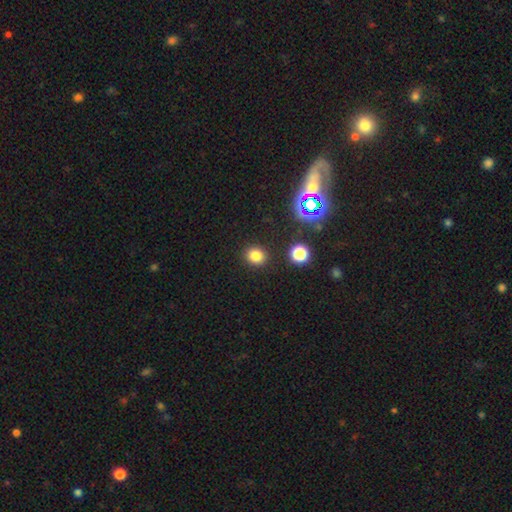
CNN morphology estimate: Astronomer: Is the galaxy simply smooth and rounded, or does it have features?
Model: smooth — 79%.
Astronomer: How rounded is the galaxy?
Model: round — 71%.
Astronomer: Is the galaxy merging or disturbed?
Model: none — 88%.